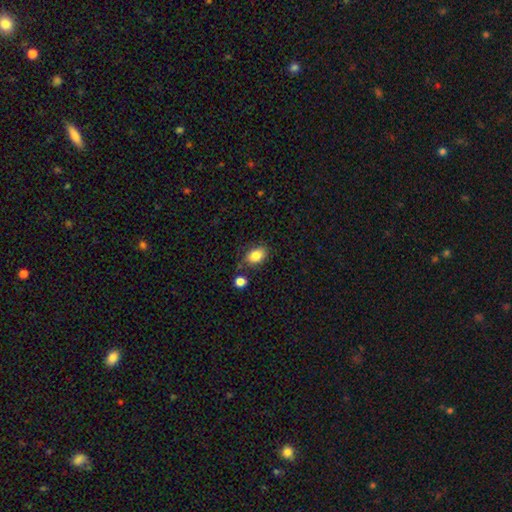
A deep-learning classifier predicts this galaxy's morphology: smooth-or-featured: smooth: 84% | star or artifact: 9% | featured or disk: 7%
  how-rounded: in between: 79% | round: 19% | cigar-shaped: 1%
  merging: none: 75% | minor disturbance: 15% | merger: 7% | major disturbance: 4%